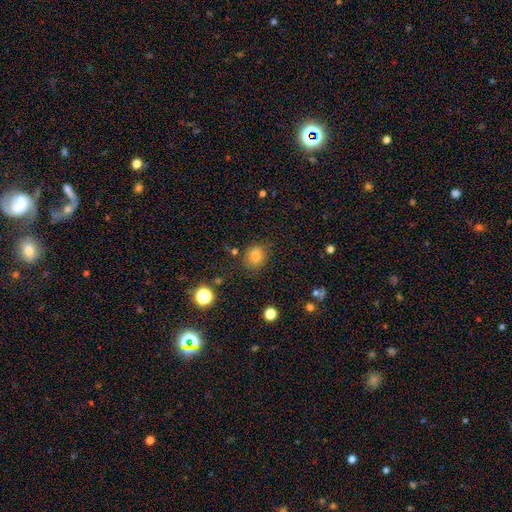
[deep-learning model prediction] Smooth or featured: smooth — 79% (star or artifact — 15%)
How rounded: round — 70% (in between — 29%)
Merging: none — 77% (minor disturbance — 15%)